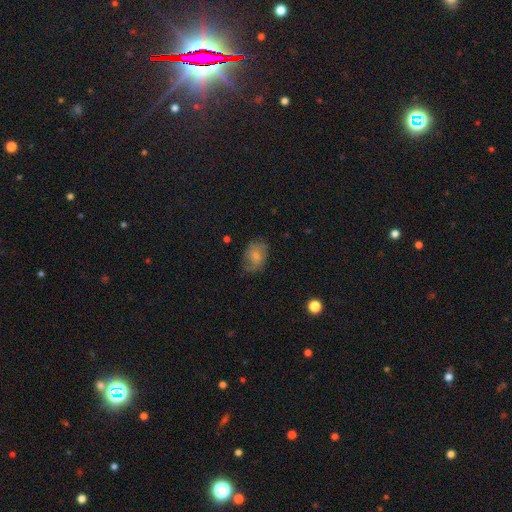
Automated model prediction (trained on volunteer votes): Smooth or featured: smooth — 60% (featured or disk — 31%)
How rounded: in between — 75% (round — 24%)
Merging: none — 62% (minor disturbance — 25%)